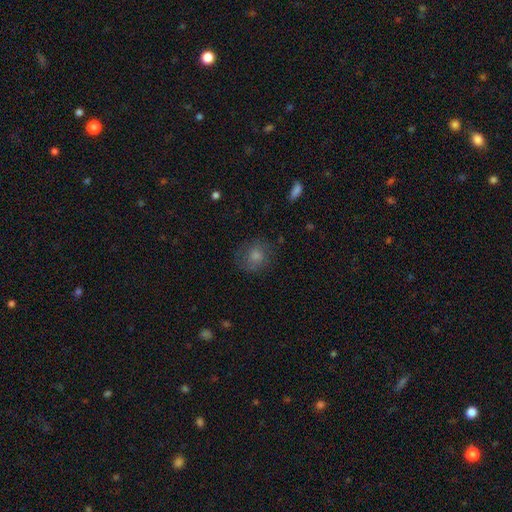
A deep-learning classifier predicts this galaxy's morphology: A smooth galaxy with no disk features (55%) that is round (78%). Merging: none (75%).